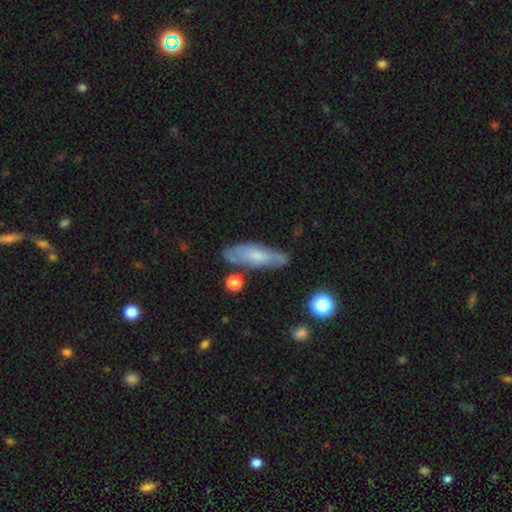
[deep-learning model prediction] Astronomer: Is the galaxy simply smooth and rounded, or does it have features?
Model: smooth — 56% (runner-up: featured or disk, 37%).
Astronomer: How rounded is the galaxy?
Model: cigar-shaped — 50% (runner-up: in between, 47%).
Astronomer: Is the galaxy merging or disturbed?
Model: none — 71%.